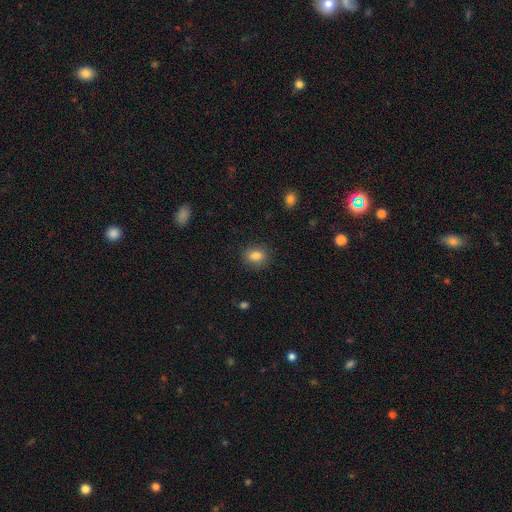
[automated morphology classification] Smooth or featured? Predicted: smooth (p=0.83). How rounded? Predicted: in between (p=0.52). Merging? Predicted: none (p=0.86).